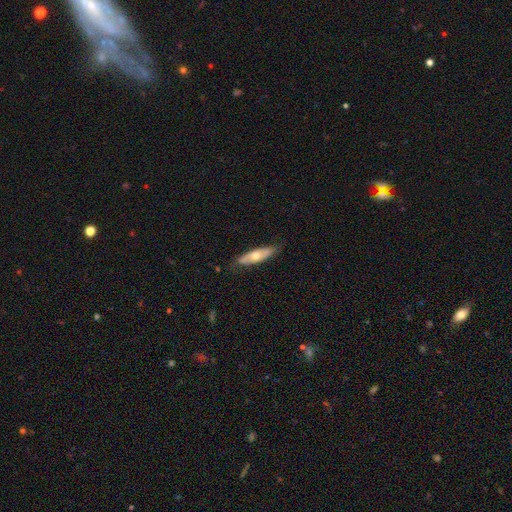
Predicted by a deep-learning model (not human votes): Morphology: type=smooth (50%); merging=none (78%).